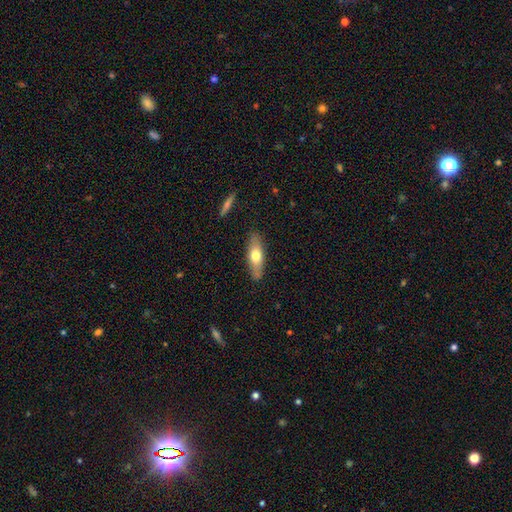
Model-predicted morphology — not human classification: A smooth galaxy with no disk features (63%) that is in between round and cigar-shaped (52%).

Vote fractions:
- Smooth or featured? smooth: 63% / featured or disk: 31% / star or artifact: 6%
- How rounded? in between: 52% / cigar-shaped: 46% / round: 3%
- Merging? none: 86% / minor disturbance: 10% / major disturbance: 2% / merger: 2%